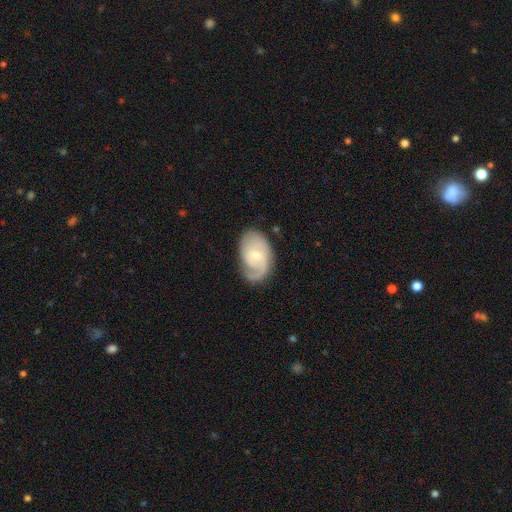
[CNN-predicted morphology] Smooth or featured? featured or disk (76%)
Edge-on disk? no (97%)
Bar? no (47%)
Spiral arms? yes (93%)
Spiral winding? tight (45%)
Spiral arm count? 2 (39%)
Bulge size? small (57%)
Merging? none (65%)